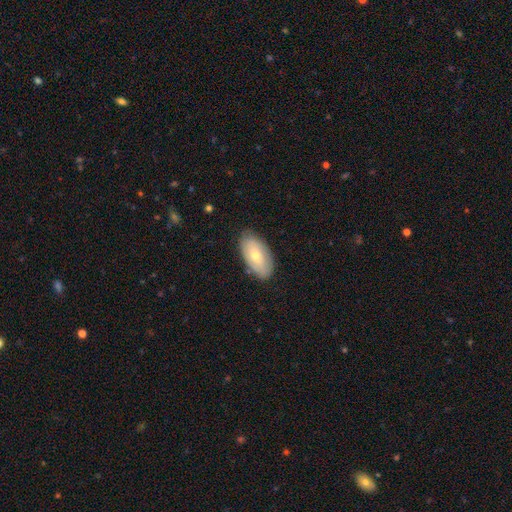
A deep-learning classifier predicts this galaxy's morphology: smooth 63%, featured or disk 31%, star or artifact 6%. Down the decision tree: how rounded — in between (94%); merging — none (82%).